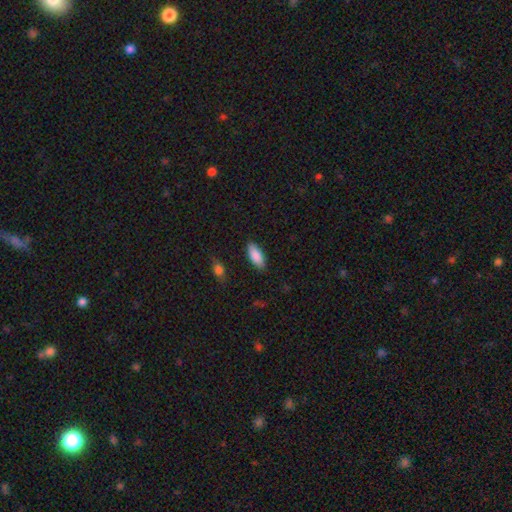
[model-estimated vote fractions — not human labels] Smooth or featured? smooth (88%)
How rounded? in between (84%)
Merging? none (85%)